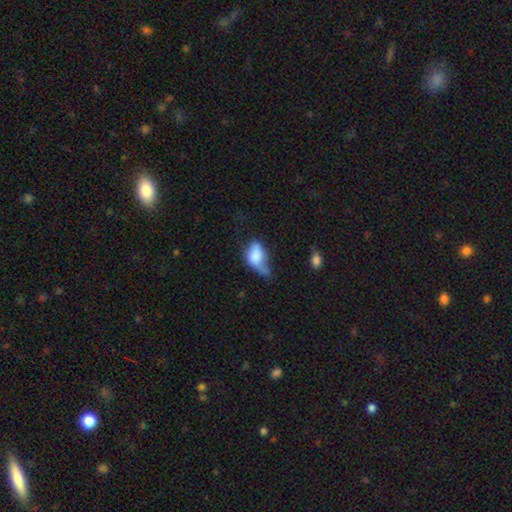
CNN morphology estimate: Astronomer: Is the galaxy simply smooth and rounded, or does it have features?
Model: smooth — 70%.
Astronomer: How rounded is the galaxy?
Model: in between — 86%.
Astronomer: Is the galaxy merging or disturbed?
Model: major disturbance — 37% (runner-up: minor disturbance, 35%).